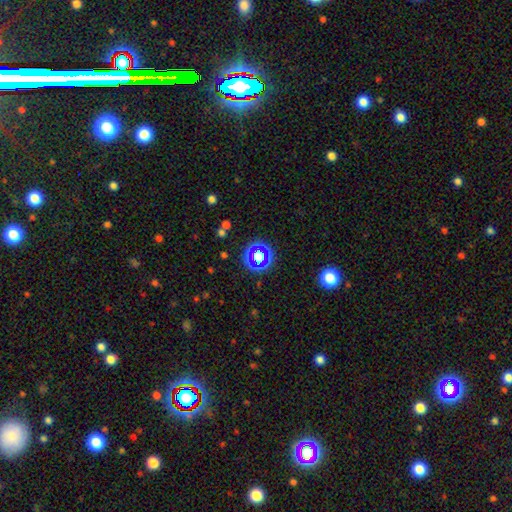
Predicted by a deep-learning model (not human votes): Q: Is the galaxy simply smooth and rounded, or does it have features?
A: star or artifact — 47%.